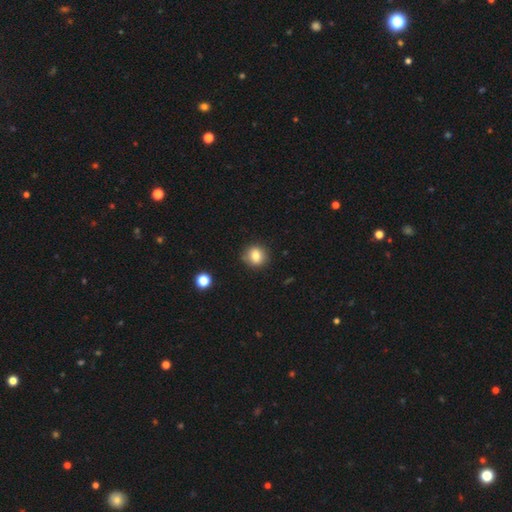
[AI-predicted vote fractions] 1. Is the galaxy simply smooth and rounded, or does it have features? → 81% smooth, 11% star or artifact, 8% featured or disk.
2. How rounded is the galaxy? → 84% round, 15% in between, 1% cigar-shaped.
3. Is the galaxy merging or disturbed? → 86% none, 10% minor disturbance, 2% major disturbance, 2% merger.